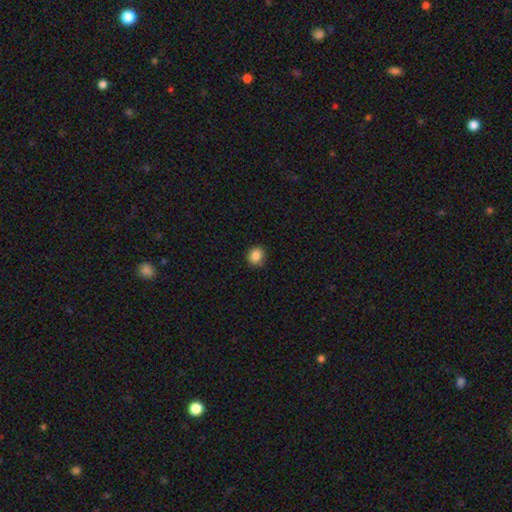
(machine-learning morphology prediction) Smooth or featured? smooth (86%)
How rounded? round (73%)
Merging? none (89%)